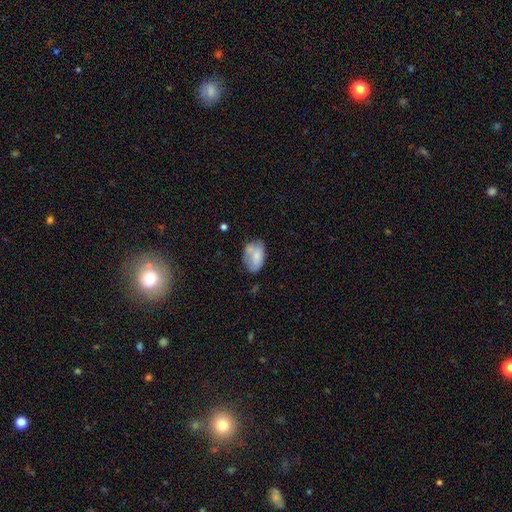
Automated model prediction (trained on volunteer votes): A smooth galaxy with no disk features (69%) that is in between round and cigar-shaped (89%). Merging: none (49%).